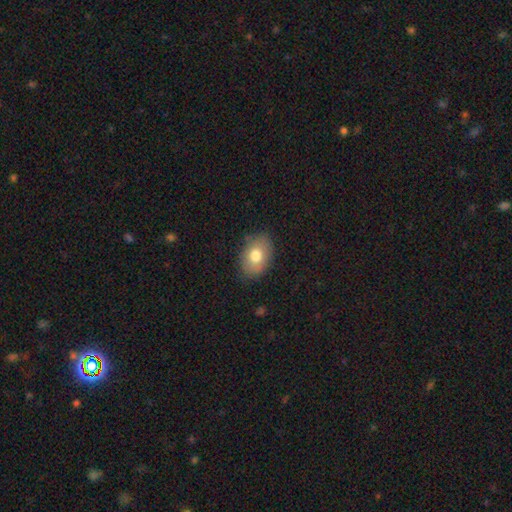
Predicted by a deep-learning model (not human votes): smooth-or-featured: smooth: 76% | featured or disk: 16% | star or artifact: 8%
  how-rounded: in between: 81% | round: 18% | cigar-shaped: 1%
  merging: none: 81% | minor disturbance: 15% | major disturbance: 3% | merger: 1%